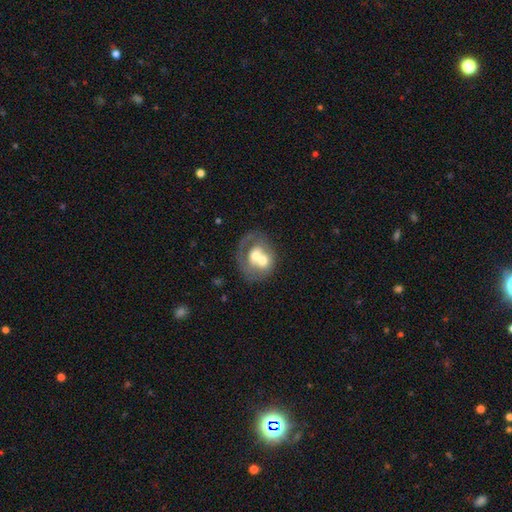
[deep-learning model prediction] Smooth or featured? Predicted: featured or disk (p=0.54). Edge-on disk? Predicted: no (p=0.97). Bar? Predicted: no (p=0.87). Spiral arms? Predicted: no (p=0.78). Bulge size? Predicted: moderate (p=0.62). Merging? Predicted: merger (p=0.58).